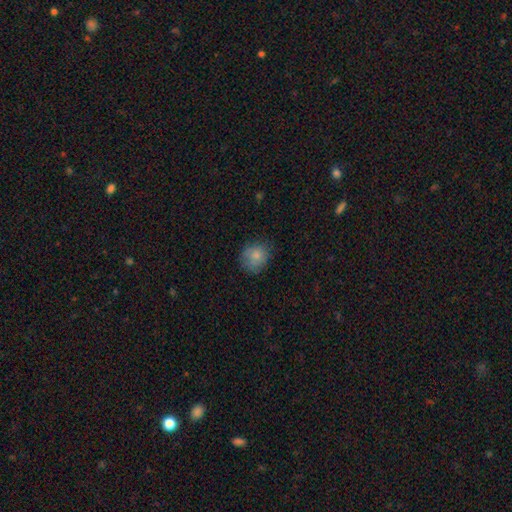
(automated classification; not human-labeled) The model was most divided on "how rounded": round: 71%, in between: 28%, cigar-shaped: 1%. More confident: smooth or featured — smooth (82%); merging — none (74%).